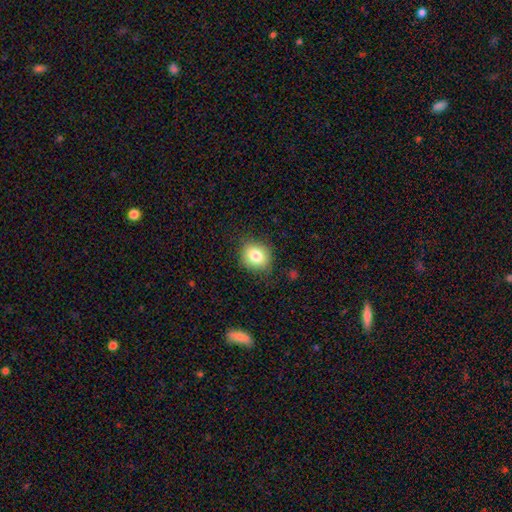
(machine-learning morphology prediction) Q: Smooth or featured?
A: smooth (80%); runner-up: star or artifact (10%)
Q: How rounded?
A: round (77%); runner-up: in between (22%)
Q: Merging?
A: none (83%); runner-up: minor disturbance (13%)